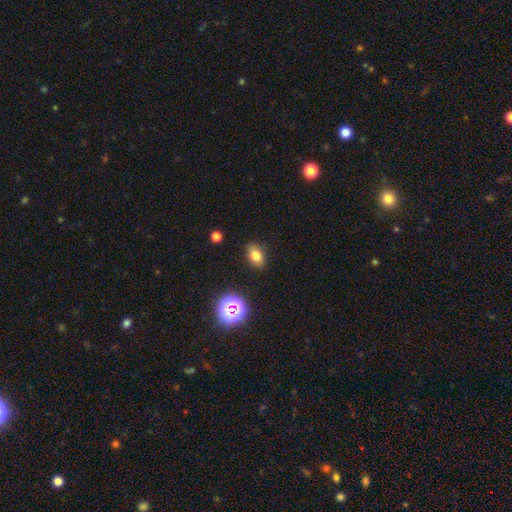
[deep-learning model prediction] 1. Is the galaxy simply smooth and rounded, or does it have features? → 76% smooth, 14% star or artifact, 9% featured or disk.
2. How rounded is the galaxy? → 84% in between, 14% round, 2% cigar-shaped.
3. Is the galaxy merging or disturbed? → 86% none, 10% minor disturbance, 2% major disturbance, 1% merger.